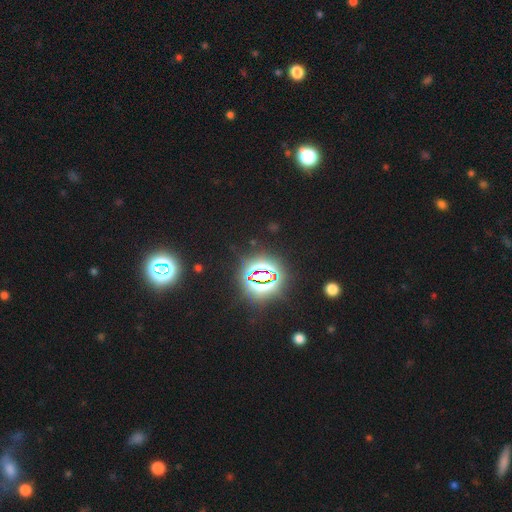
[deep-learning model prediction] A star or artifact, not a galaxy (82%).

Vote fractions:
- Smooth or featured? star or artifact: 82% / smooth: 12% / featured or disk: 6%